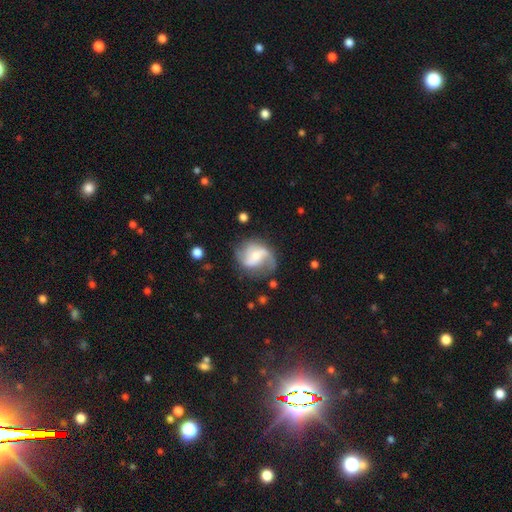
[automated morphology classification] featured or disk 79%, smooth 15%, star or artifact 6%. Down the decision tree: edge-on disk — no (97%); bar — weak (42%); spiral arms — yes (94%); spiral arm count — 2 (77%); spiral winding — loose (47%); bulge size — moderate (47%); merging — none (66%).